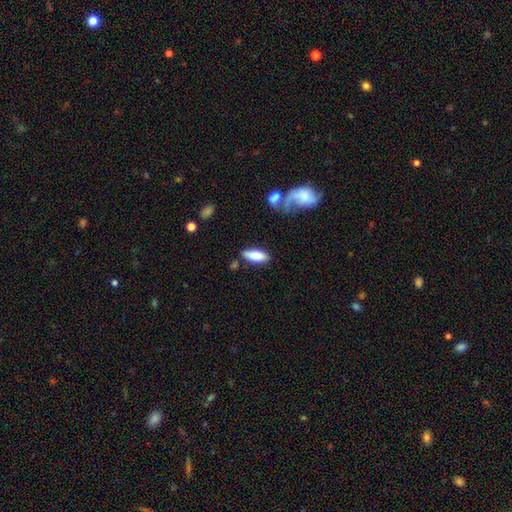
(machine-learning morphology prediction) Q: Smooth or featured?
A: smooth (82%); runner-up: featured or disk (12%)
Q: How rounded?
A: in between (71%); runner-up: cigar-shaped (27%)
Q: Merging?
A: none (76%); runner-up: minor disturbance (15%)